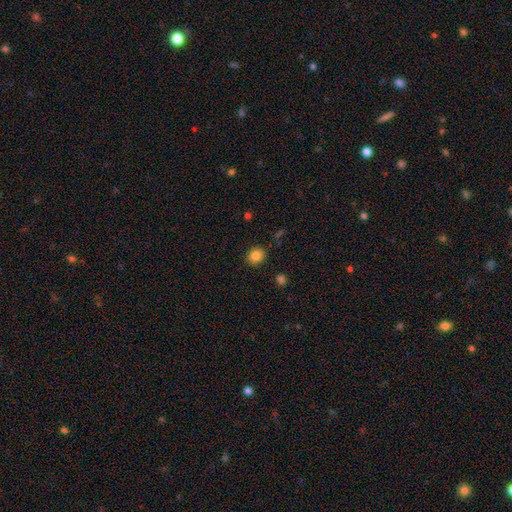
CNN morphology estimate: Smooth or featured: smooth — 84% (star or artifact — 11%)
How rounded: round — 73% (in between — 26%)
Merging: none — 89% (minor disturbance — 8%)